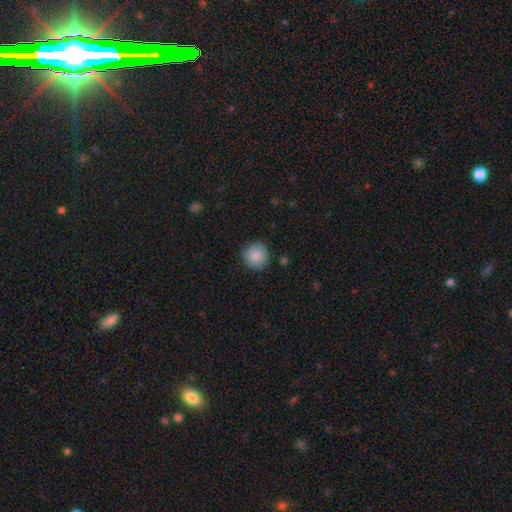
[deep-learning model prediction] smooth 87%, star or artifact 8%, featured or disk 5%. Down the decision tree: how rounded — round (92%); merging — none (86%).